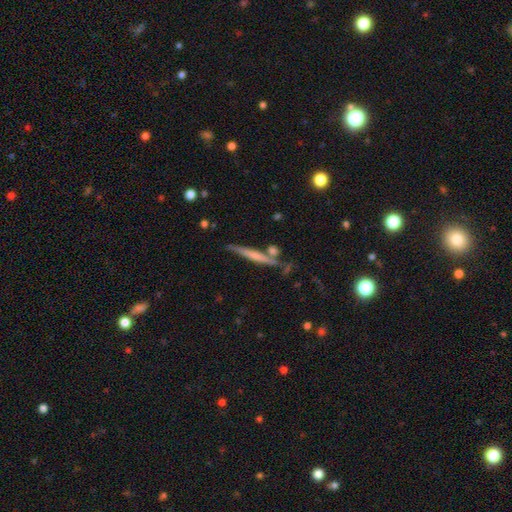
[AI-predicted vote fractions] Overall: featured or disk (52%; smooth 41%). Edge-on disk: yes (94%). Merging: none (73%).